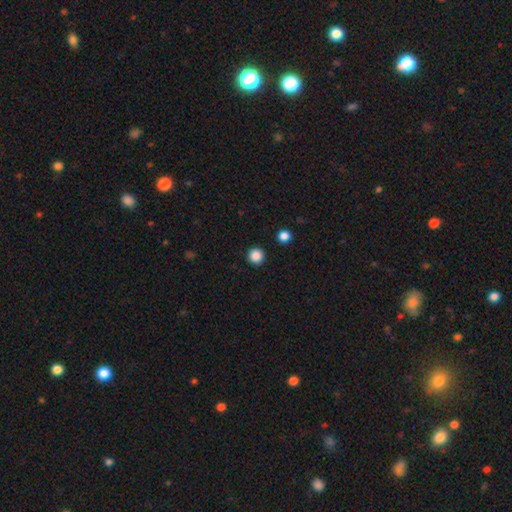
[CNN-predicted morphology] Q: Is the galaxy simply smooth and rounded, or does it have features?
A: smooth — 87%.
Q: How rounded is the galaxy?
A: round — 96%.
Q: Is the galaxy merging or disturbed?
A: none — 93%.